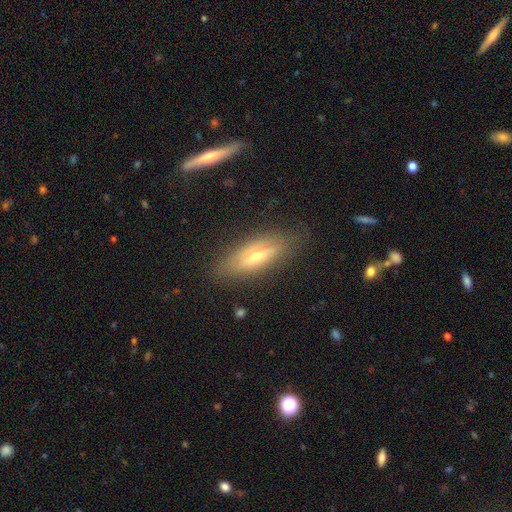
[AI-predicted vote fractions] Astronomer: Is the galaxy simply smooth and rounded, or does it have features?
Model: featured or disk — 51% (runner-up: smooth, 40%).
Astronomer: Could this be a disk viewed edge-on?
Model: yes — 81%.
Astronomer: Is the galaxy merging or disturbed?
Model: none — 81%.